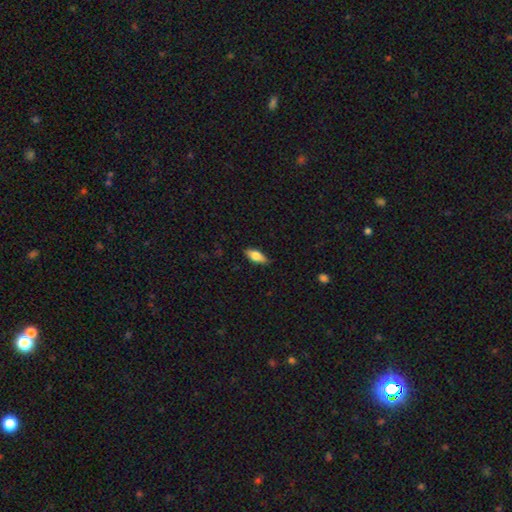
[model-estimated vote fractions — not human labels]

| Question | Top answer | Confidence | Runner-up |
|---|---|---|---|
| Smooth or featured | smooth | 71% | featured or disk (23%) |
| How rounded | in between | 78% | cigar-shaped (20%) |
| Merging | none | 86% | minor disturbance (11%) |